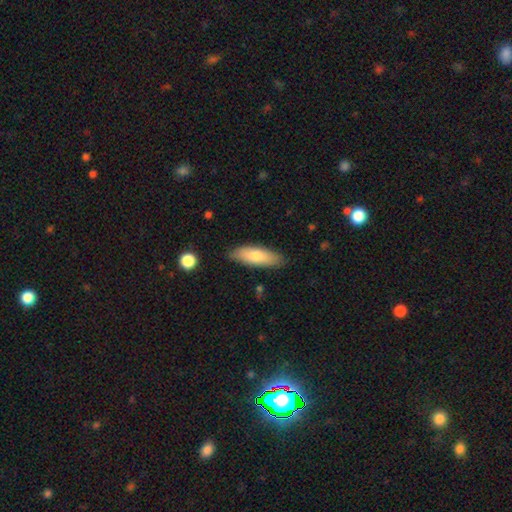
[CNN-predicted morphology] Smooth or featured: smooth — 75% (featured or disk — 19%)
How rounded: in between — 57% (cigar-shaped — 41%)
Merging: none — 84% (minor disturbance — 12%)